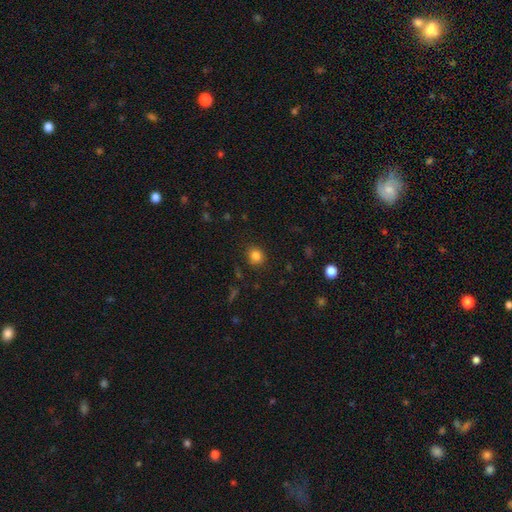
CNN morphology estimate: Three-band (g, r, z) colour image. It shows a smooth galaxy with no disk features (83%) that is round (81%). Merging: none (86%).